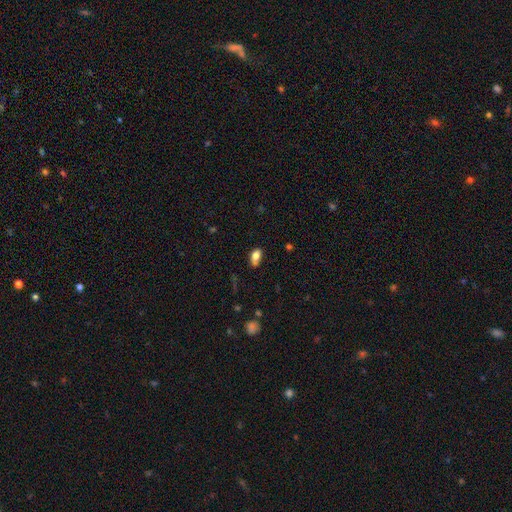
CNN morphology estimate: smooth-or-featured: smooth: 79% | featured or disk: 11% | star or artifact: 10%
  how-rounded: in between: 87% | round: 9% | cigar-shaped: 4%
  merging: none: 57% | minor disturbance: 30% | major disturbance: 9% | merger: 5%